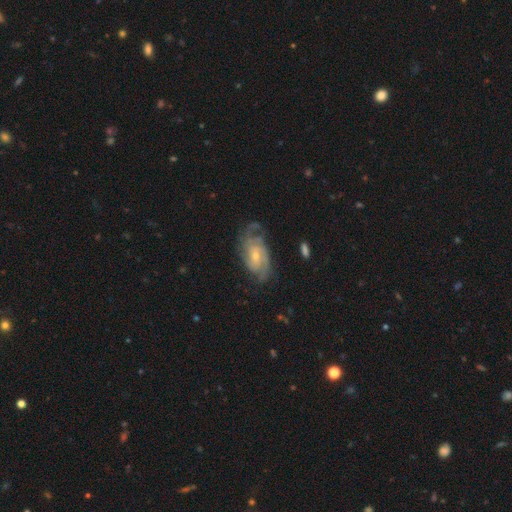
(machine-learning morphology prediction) Smooth or featured? featured or disk (82%)
Edge-on disk? no (96%)
Bar? no (57%)
Spiral arms? yes (94%)
Spiral winding? tight (47%)
Spiral arm count? 2 (32%)
Bulge size? small (59%)
Merging? none (61%)